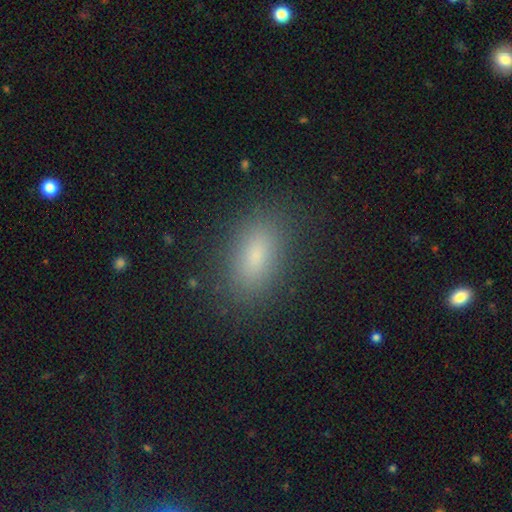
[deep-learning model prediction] A smooth galaxy with no disk features (79%) that is in between round and cigar-shaped (85%). Merging: none (86%).